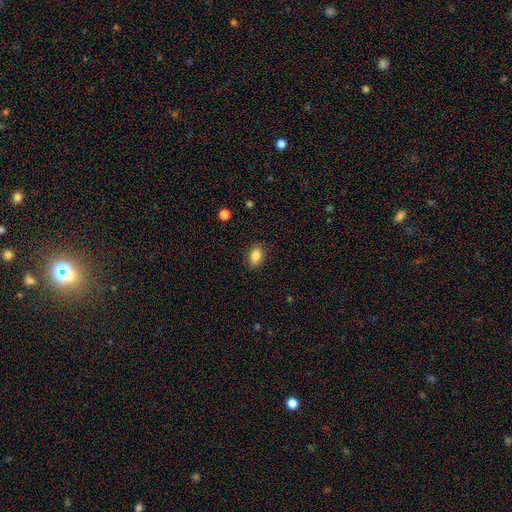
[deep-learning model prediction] Smooth or featured: smooth — 85% (star or artifact — 9%)
How rounded: in between — 83% (round — 15%)
Merging: none — 87% (minor disturbance — 10%)